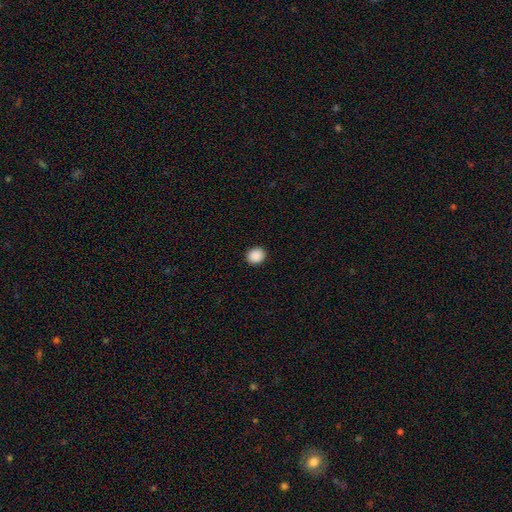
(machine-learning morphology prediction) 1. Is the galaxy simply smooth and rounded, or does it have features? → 90% smooth, 8% star or artifact, 2% featured or disk.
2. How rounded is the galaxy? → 82% round, 17% in between, 1% cigar-shaped.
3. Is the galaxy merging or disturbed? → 93% none, 5% minor disturbance, 2% major disturbance, 1% merger.